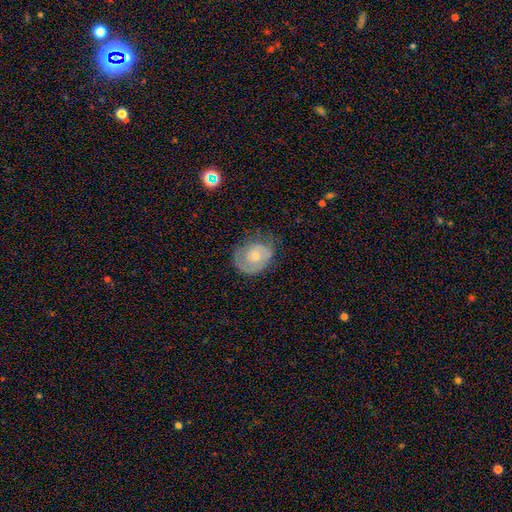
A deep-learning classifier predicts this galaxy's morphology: Smooth or featured?
  - featured or disk: 51% *
  - smooth: 42%
  - star or artifact: 7%
Edge-on disk?
  - no: 96% *
  - yes: 4%
Merging?
  - none: 53% *
  - minor disturbance: 30%
  - major disturbance: 16%
  - merger: 2%